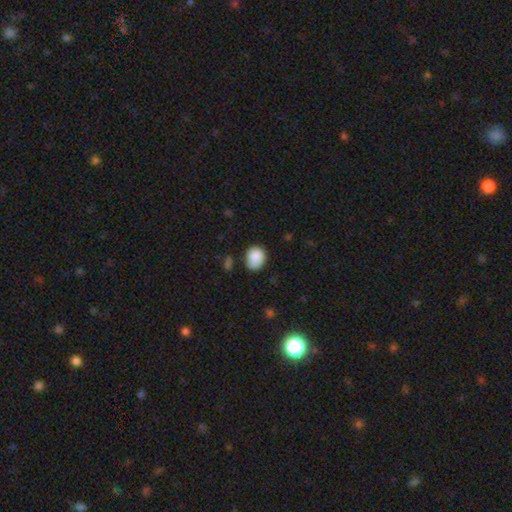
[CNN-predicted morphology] This appears to be a smooth galaxy with no disk features (84%) that is round (59%). Merging: none (56%).